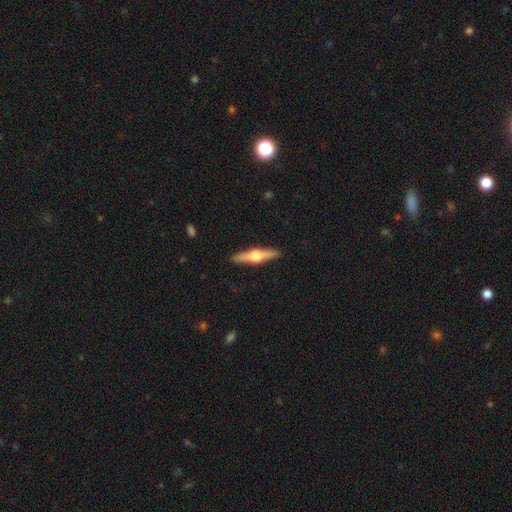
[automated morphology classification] featured or disk 69%, smooth 26%, star or artifact 5%. Down the decision tree: edge-on disk — yes (97%); edge-on bulge — rounded (95%); merging — none (91%).